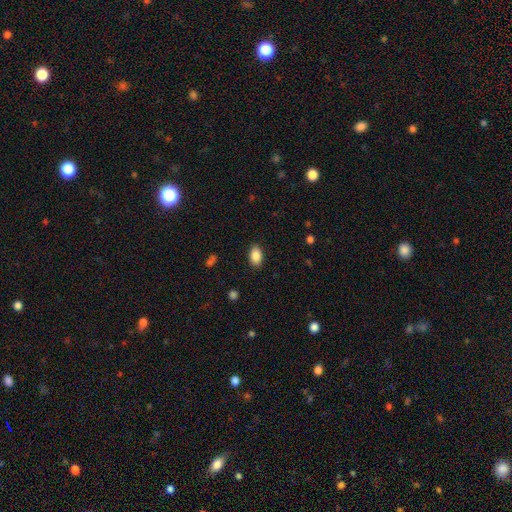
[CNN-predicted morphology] Smooth or featured? Predicted: smooth (p=0.88). How rounded? Predicted: in between (p=0.90). Merging? Predicted: none (p=0.87).